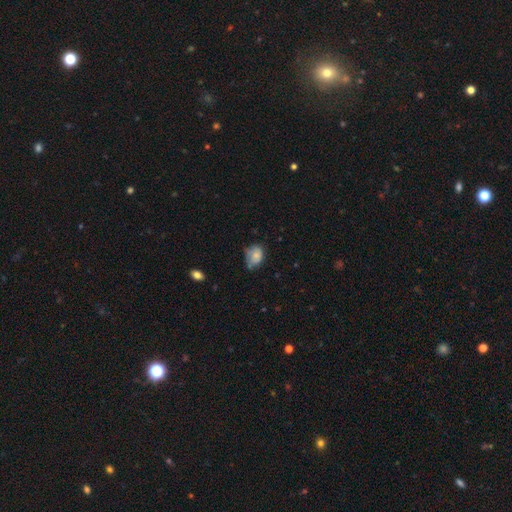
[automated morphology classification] This is likely a smooth galaxy (66%). How rounded: likely in between (70%). Merging: marginally none (44%).